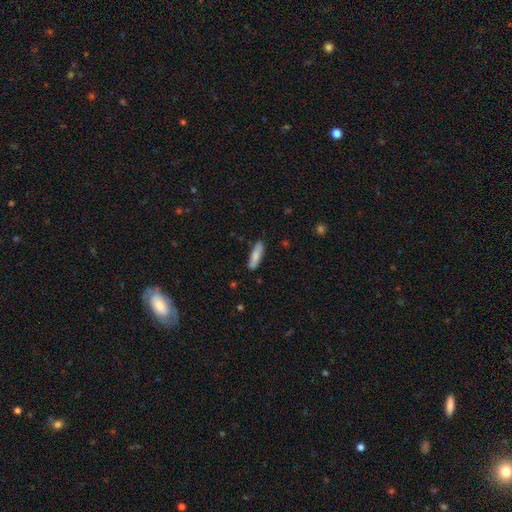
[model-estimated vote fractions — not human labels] This appears to be a smooth galaxy with no disk features (79%) that is cigar-shaped (64%). Merging: none (85%).